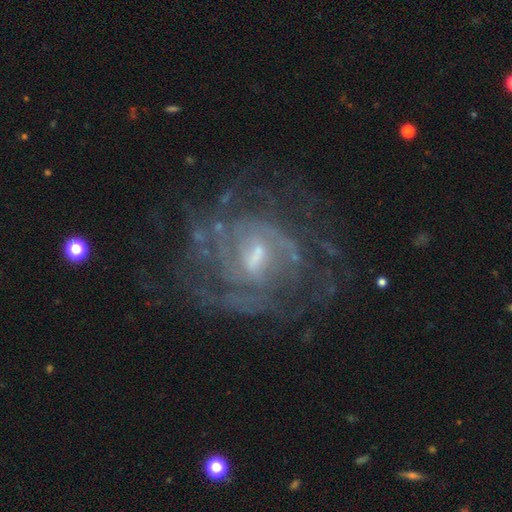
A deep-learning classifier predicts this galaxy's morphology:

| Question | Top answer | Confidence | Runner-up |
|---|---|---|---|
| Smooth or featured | featured or disk | 85% | star or artifact (8%) |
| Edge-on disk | no | 98% | yes (2%) |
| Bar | weak | 55% | no (28%) |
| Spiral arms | yes | 90% | no (10%) |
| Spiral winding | tight | 52% | medium (36%) |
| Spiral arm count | can't tell | 41% | 2 (20%) |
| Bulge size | small | 56% | moderate (31%) |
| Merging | none | 63% | major disturbance (17%) |